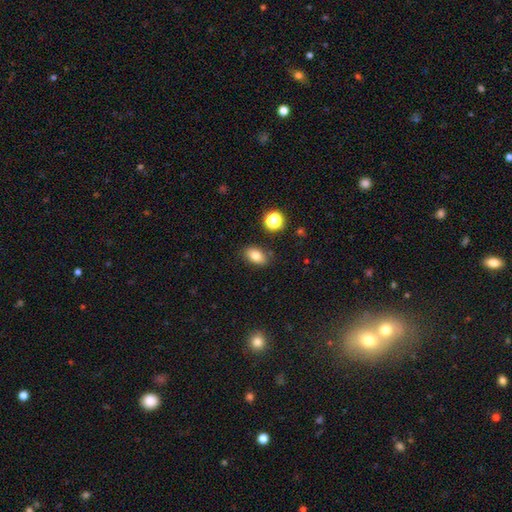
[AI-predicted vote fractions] Smooth or featured?
  - smooth: 80% *
  - star or artifact: 11%
  - featured or disk: 9%
How rounded?
  - in between: 86% *
  - round: 12%
  - cigar-shaped: 2%
Merging?
  - none: 84% *
  - minor disturbance: 11%
  - merger: 3%
  - major disturbance: 3%